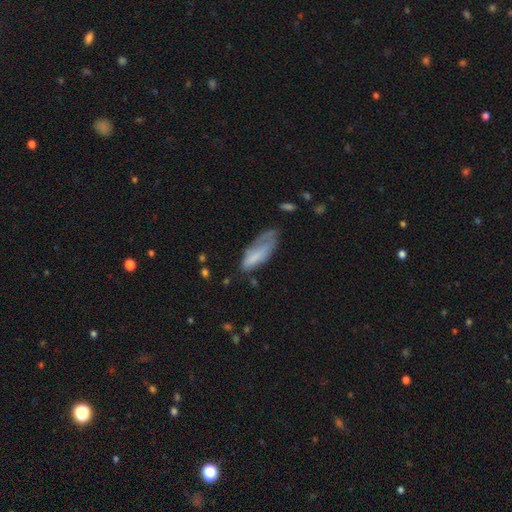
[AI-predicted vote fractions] This is likely a smooth galaxy (67%). How rounded: likely in between (70%). Merging: marginally minor disturbance (34%).